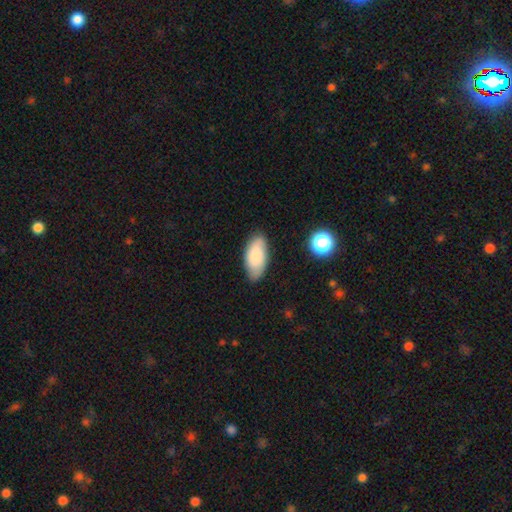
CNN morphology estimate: Q: Smooth or featured?
A: smooth (80%); runner-up: featured or disk (13%)
Q: How rounded?
A: in between (92%); runner-up: cigar-shaped (6%)
Q: Merging?
A: none (80%); runner-up: minor disturbance (15%)